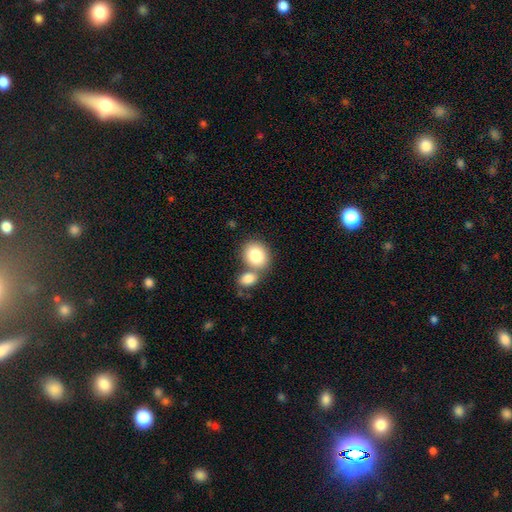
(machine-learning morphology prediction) The model was most divided on "merging": none: 49%, merger: 40%, minor disturbance: 8%, major disturbance: 3%. More confident: smooth or featured — smooth (81%); how rounded — round (59%).